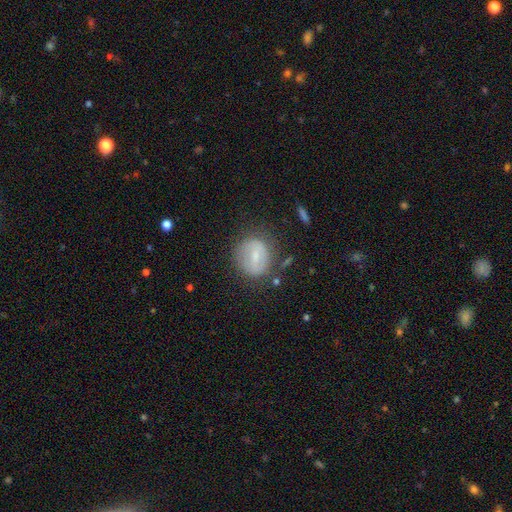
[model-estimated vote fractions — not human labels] smooth 49%, featured or disk 42%, star or artifact 9%. Down the decision tree: merging — none (71%).